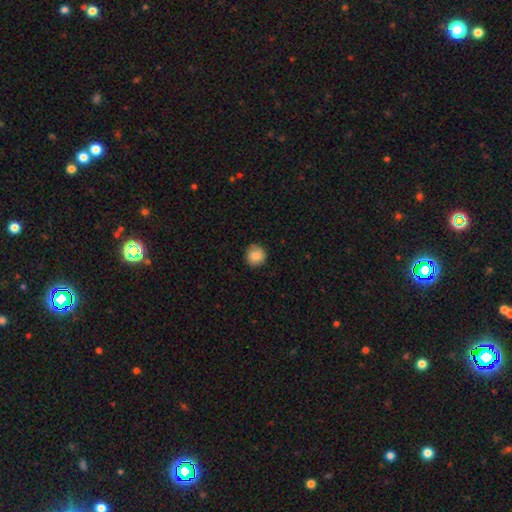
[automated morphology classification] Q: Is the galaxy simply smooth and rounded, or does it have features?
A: smooth — 86%.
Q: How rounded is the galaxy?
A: round — 94%.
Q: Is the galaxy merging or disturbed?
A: none — 89%.